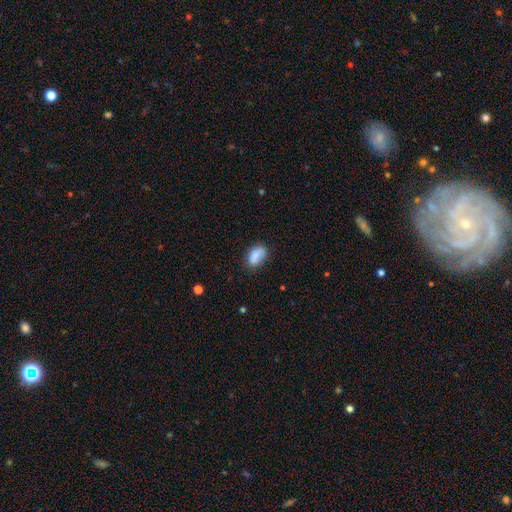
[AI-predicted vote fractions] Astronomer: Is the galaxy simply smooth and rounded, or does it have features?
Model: smooth — 82%.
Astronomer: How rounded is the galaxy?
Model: in between — 88%.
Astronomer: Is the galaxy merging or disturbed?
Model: none — 62%.